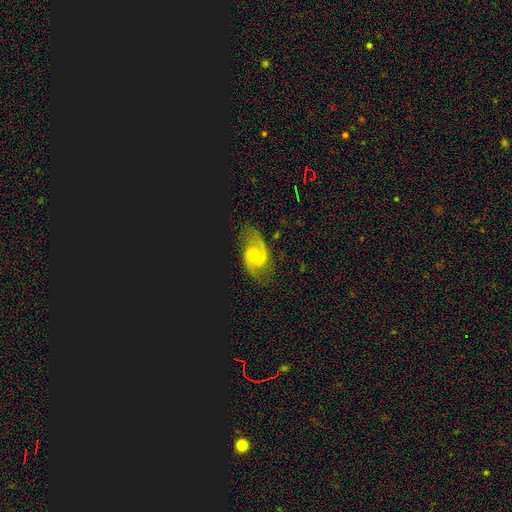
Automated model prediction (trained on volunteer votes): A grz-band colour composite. It shows a featured or disk galaxy (84%) with no bar (51%), 2 (93%) medium (56%) spiral arms (97%) and a small central bulge (62%). Merging: none (76%).